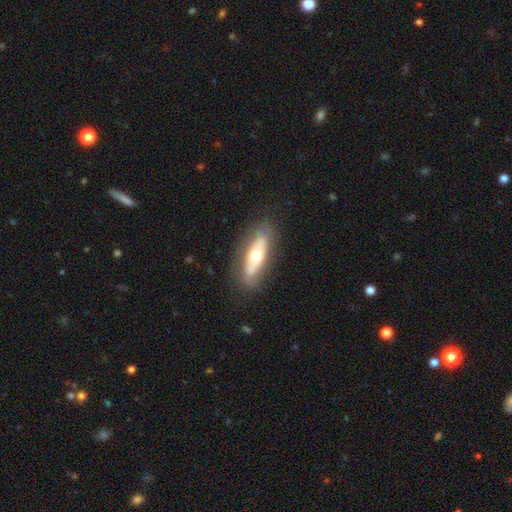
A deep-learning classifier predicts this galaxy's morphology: Overall: featured or disk (50%; smooth 45%). Merging: none (81%).